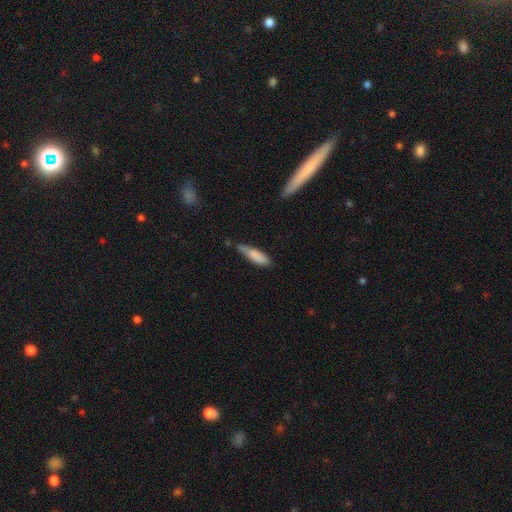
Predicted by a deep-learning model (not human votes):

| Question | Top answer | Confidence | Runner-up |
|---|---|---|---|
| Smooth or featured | smooth | 83% | featured or disk (12%) |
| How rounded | cigar-shaped | 63% | in between (35%) |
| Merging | none | 56% | minor disturbance (33%) |